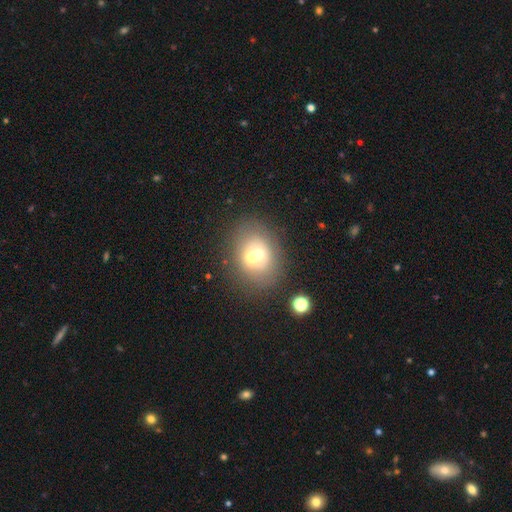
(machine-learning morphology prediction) The model was most divided on "how rounded": round: 52%, in between: 47%, cigar-shaped: 1%. Remaining: smooth or featured — smooth (56%); merging — merger (50%).